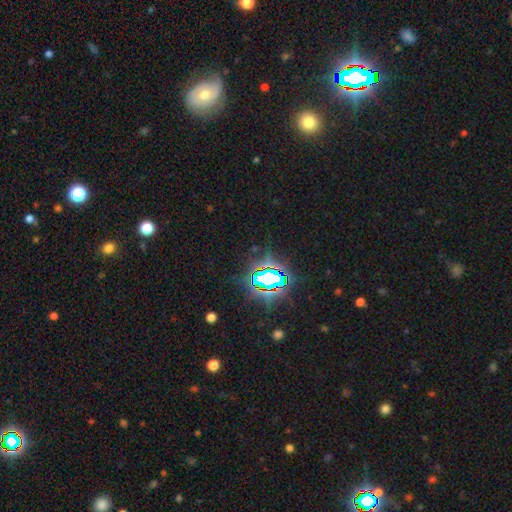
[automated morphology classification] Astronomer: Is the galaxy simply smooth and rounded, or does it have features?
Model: star or artifact — 80%.